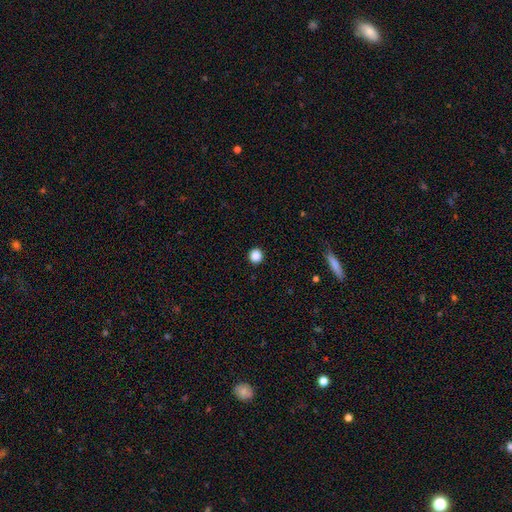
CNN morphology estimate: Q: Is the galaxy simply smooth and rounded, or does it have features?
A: smooth — 87%.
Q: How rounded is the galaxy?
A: round — 94%.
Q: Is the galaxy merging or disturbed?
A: none — 93%.